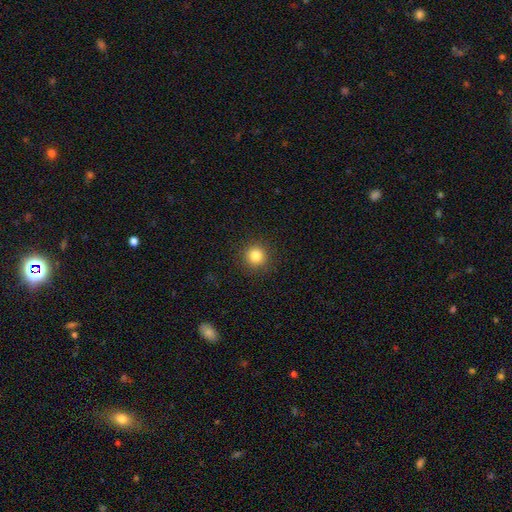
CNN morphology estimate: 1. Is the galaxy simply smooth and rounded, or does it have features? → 82% smooth, 12% star or artifact, 6% featured or disk.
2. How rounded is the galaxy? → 94% round, 5% in between, 1% cigar-shaped.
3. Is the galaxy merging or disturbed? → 91% none, 5% minor disturbance, 2% major disturbance, 1% merger.